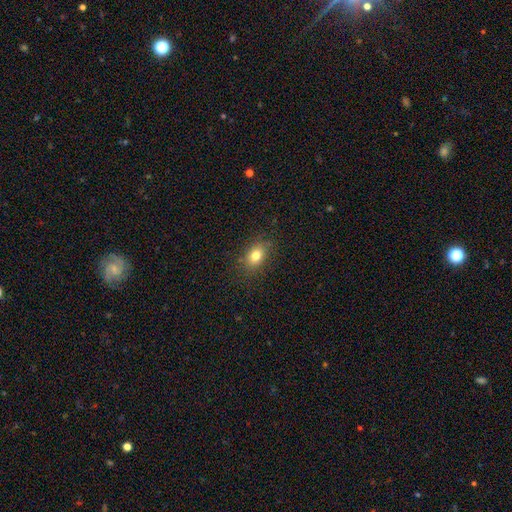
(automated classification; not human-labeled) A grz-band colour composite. It shows a smooth galaxy with no disk features (80%) that is in between round and cigar-shaped (74%). Merging: none (84%).